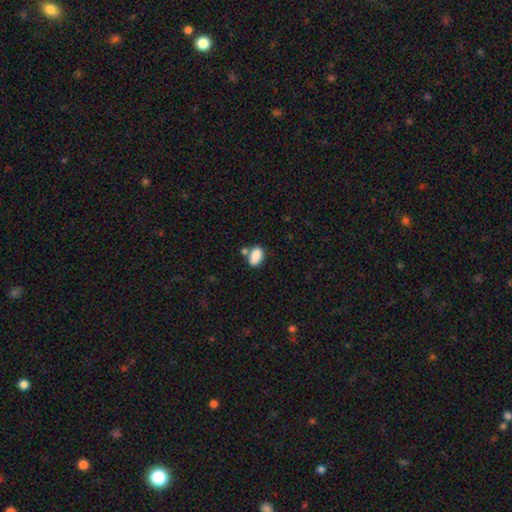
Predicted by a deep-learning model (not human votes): smooth_or_featured: smooth (p=0.86) [alt: star or artifact p=0.09]
how_rounded: in between (p=0.89) [alt: round p=0.08]
merging: none (p=0.59) [alt: merger p=0.21]